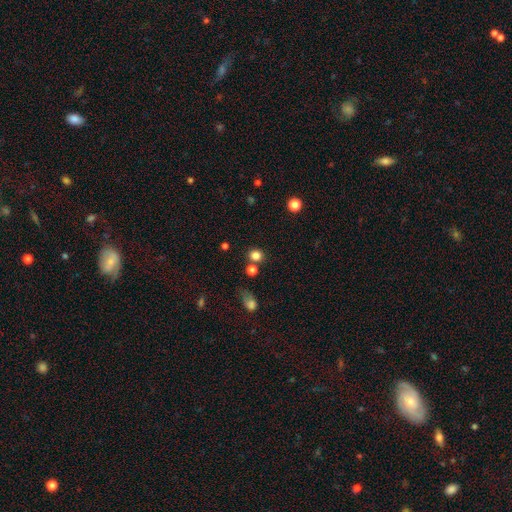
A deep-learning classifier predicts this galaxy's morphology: smooth-or-featured: smooth: 80% | star or artifact: 14% | featured or disk: 5%
  how-rounded: round: 86% | in between: 13% | cigar-shaped: 1%
  merging: none: 73% | merger: 13% | minor disturbance: 10% | major disturbance: 4%